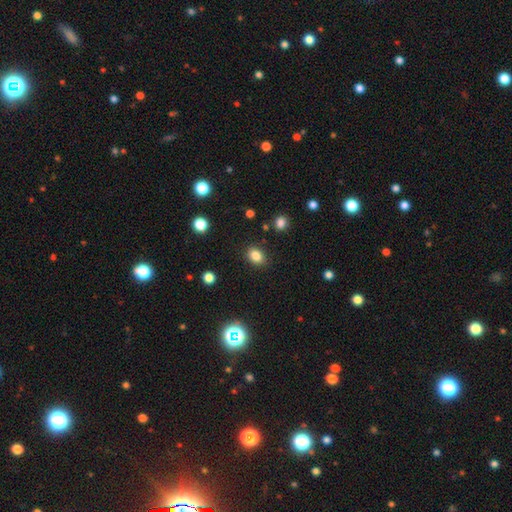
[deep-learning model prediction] Q: Smooth or featured?
A: smooth (83%); runner-up: star or artifact (11%)
Q: How rounded?
A: in between (64%); runner-up: round (35%)
Q: Merging?
A: none (87%); runner-up: minor disturbance (9%)